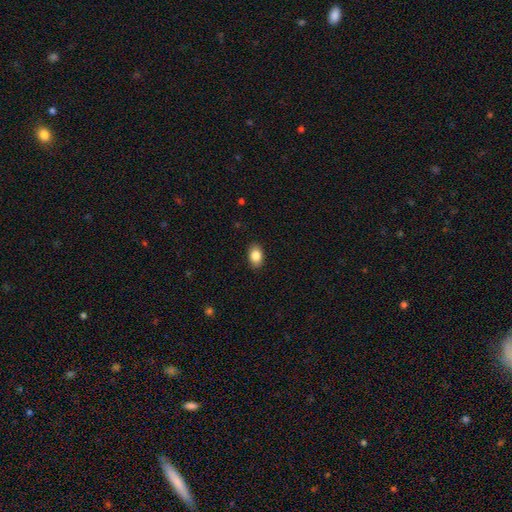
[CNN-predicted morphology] smooth_or_featured: smooth (p=0.85) [alt: star or artifact p=0.08]
how_rounded: in between (p=0.84) [alt: round p=0.14]
merging: none (p=0.89) [alt: minor disturbance p=0.09]